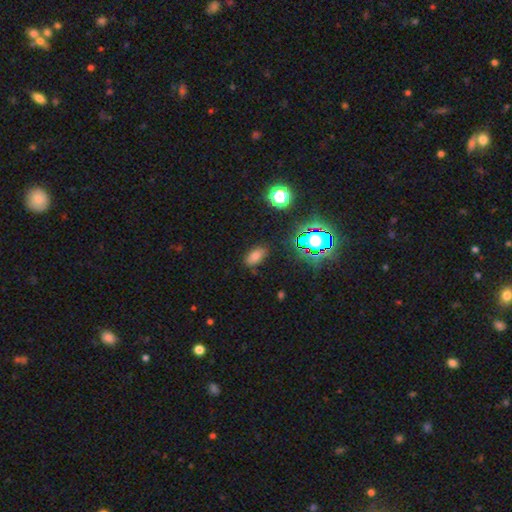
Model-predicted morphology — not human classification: A smooth galaxy with no disk features (69%) that is in between round and cigar-shaped (89%).

Vote fractions:
- Smooth or featured? smooth: 69% / star or artifact: 22% / featured or disk: 9%
- How rounded? in between: 89% / round: 8% / cigar-shaped: 3%
- Merging? none: 80% / minor disturbance: 13% / major disturbance: 4% / merger: 2%